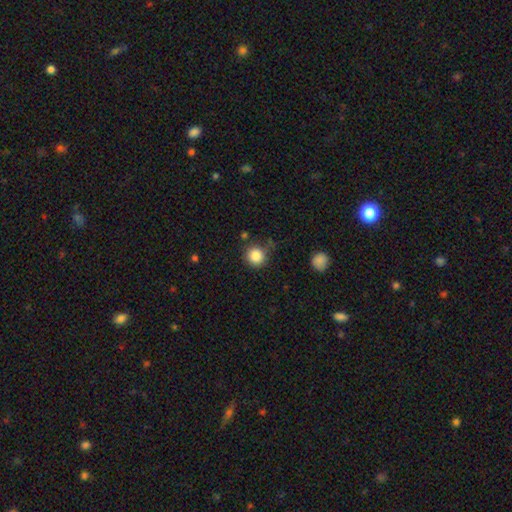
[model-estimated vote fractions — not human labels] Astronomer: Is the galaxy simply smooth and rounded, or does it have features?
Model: smooth — 86%.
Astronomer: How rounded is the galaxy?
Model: round — 93%.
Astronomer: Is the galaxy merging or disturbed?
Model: none — 79%.